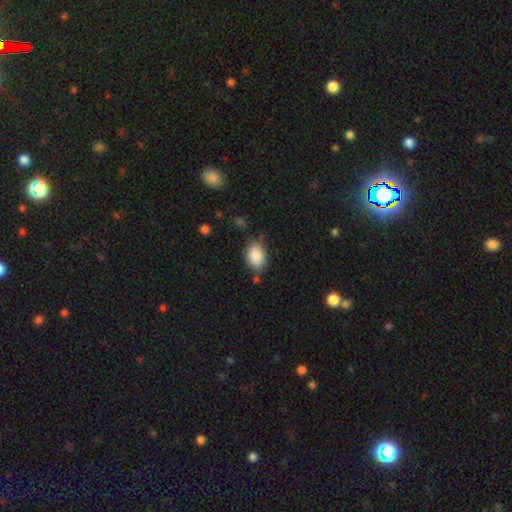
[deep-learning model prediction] Overall: smooth (88%). How rounded: in between (77%). Merging: none (71%).